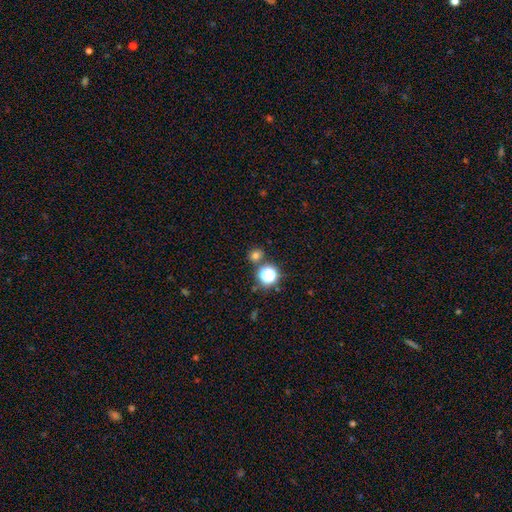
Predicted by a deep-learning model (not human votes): Q: Smooth or featured?
A: smooth (69%); runner-up: star or artifact (25%)
Q: How rounded?
A: round (81%); runner-up: in between (18%)
Q: Merging?
A: none (77%); runner-up: merger (11%)